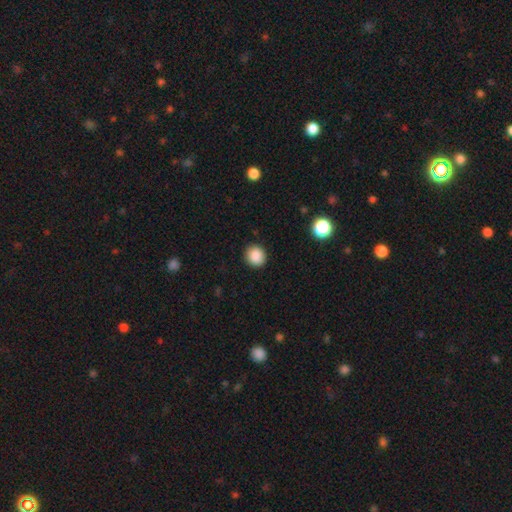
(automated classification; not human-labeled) Smooth or featured? Predicted: smooth (p=0.88). How rounded? Predicted: round (p=0.83). Merging? Predicted: none (p=0.89).